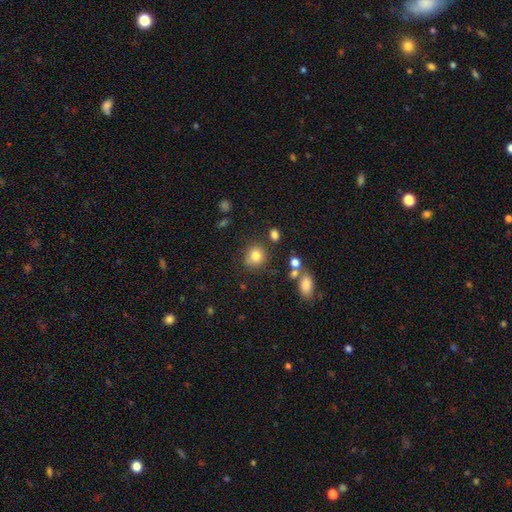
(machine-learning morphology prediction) Smooth or featured?
  - smooth: 81% *
  - star or artifact: 12%
  - featured or disk: 8%
How rounded?
  - round: 80% *
  - in between: 18%
  - cigar-shaped: 1%
Merging?
  - none: 72% *
  - minor disturbance: 15%
  - merger: 8%
  - major disturbance: 5%